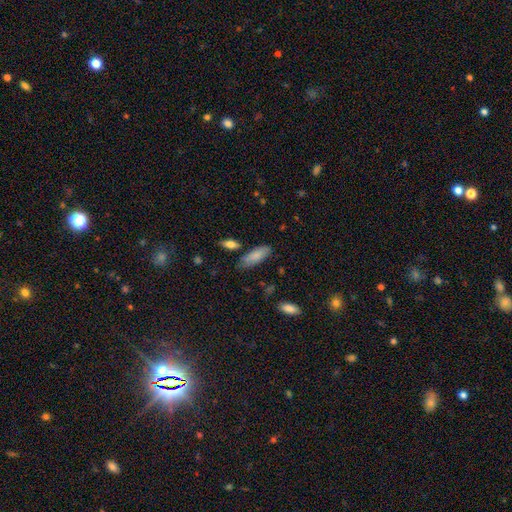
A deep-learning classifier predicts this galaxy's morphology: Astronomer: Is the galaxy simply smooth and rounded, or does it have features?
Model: smooth — 82%.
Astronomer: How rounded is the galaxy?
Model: in between — 73%.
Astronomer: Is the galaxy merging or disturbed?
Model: none — 69%.